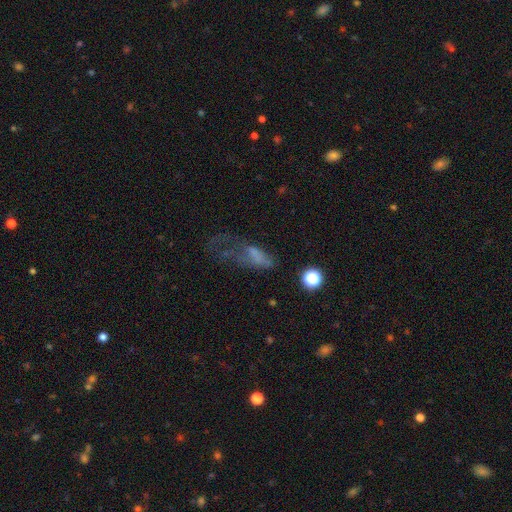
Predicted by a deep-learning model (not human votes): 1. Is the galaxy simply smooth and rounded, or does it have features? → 48% smooth, 31% featured or disk, 21% star or artifact.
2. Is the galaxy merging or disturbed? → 56% major disturbance, 22% none, 16% minor disturbance, 7% merger.